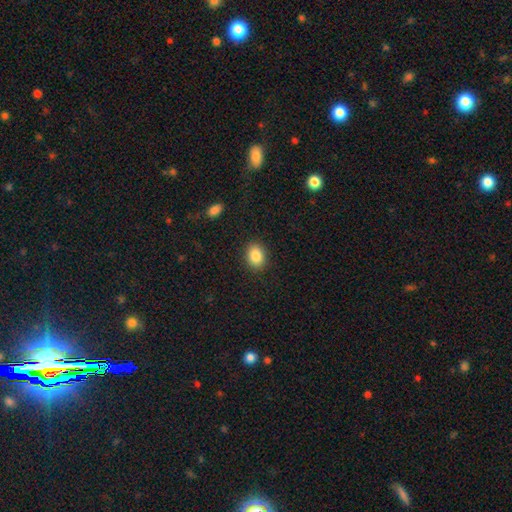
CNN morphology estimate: smooth_or_featured: smooth (p=0.87) [alt: star or artifact p=0.08]
how_rounded: in between (p=0.67) [alt: round p=0.32]
merging: none (p=0.89) [alt: minor disturbance p=0.08]